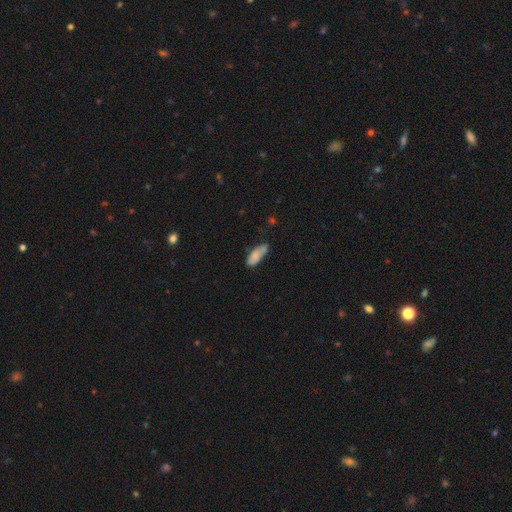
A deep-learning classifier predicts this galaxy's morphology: Smooth or featured? Predicted: smooth (p=0.79). How rounded? Predicted: in between (p=0.71). Merging? Predicted: none (p=0.54).